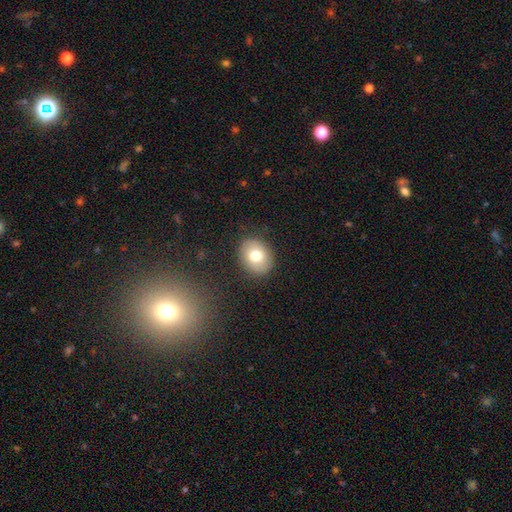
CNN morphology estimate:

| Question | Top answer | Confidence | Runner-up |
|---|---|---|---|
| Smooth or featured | smooth | 75% | featured or disk (16%) |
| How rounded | in between | 50% | round (49%) |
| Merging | none | 87% | minor disturbance (9%) |